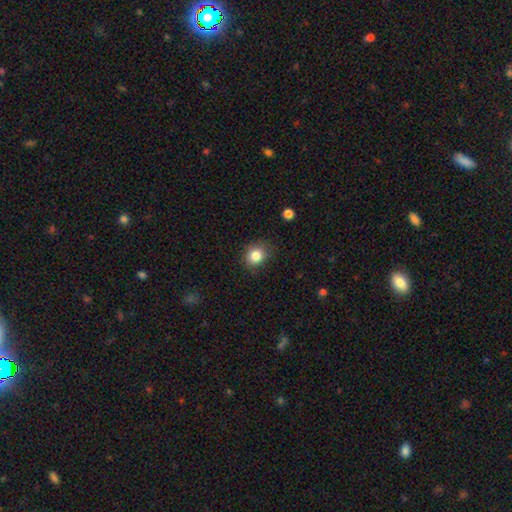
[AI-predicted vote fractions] Q: Smooth or featured?
A: smooth (83%); runner-up: star or artifact (11%)
Q: How rounded?
A: round (71%); runner-up: in between (28%)
Q: Merging?
A: none (79%); runner-up: minor disturbance (16%)